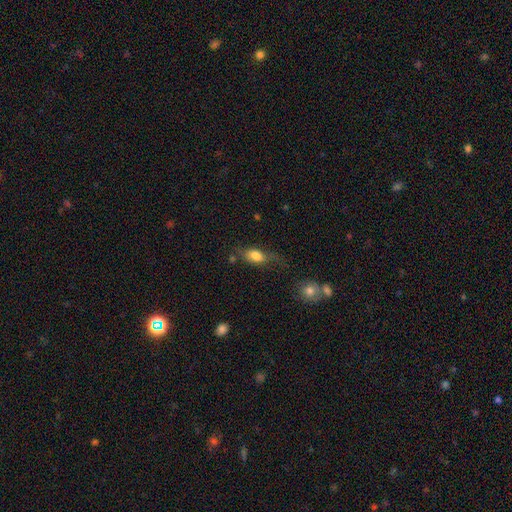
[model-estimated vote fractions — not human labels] This appears to be a smooth galaxy with no disk features (76%) that is in between round and cigar-shaped (83%). Merging: none (46%).